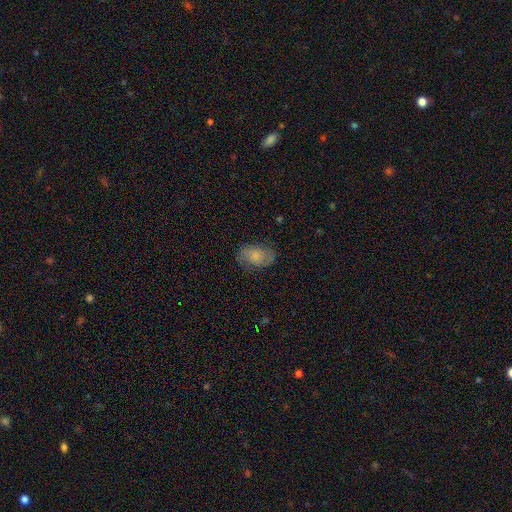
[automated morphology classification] type=smooth (66%); roundness=in between (87%); merging=none (71%).